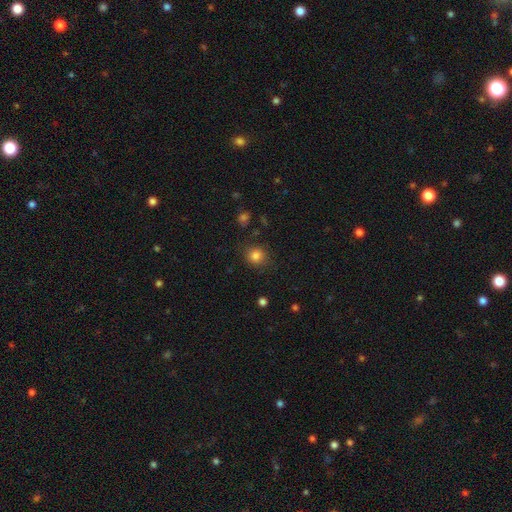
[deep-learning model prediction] smooth-or-featured: smooth: 83% | star or artifact: 12% | featured or disk: 5%
  how-rounded: round: 85% | in between: 14% | cigar-shaped: 1%
  merging: none: 82% | minor disturbance: 12% | major disturbance: 4% | merger: 2%